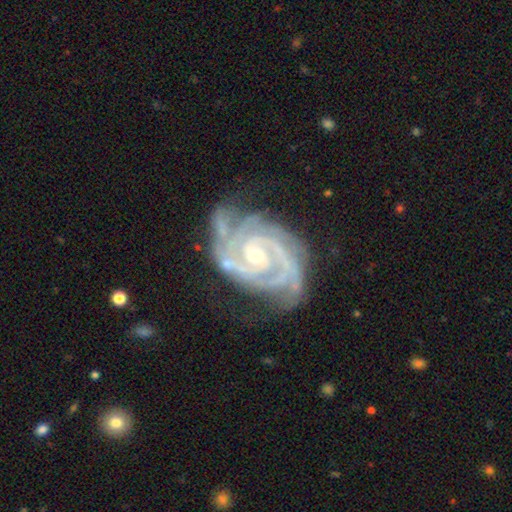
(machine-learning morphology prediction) type=featured or disk (93%); edge-on=no (98%); bar=no (56%); spiral arms=yes (99%); winding=tight (75%); arm count=2 (34%); bulge=small (57%); merging=none (67%).